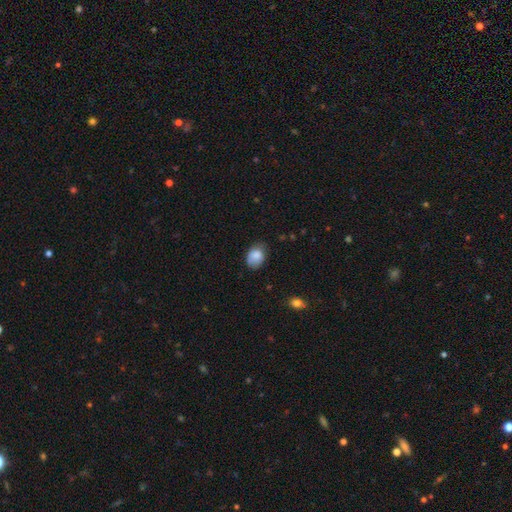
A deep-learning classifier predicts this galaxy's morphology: Smooth or featured: smooth — 84% (featured or disk — 8%)
How rounded: in between — 68% (round — 31%)
Merging: none — 59% (minor disturbance — 32%)